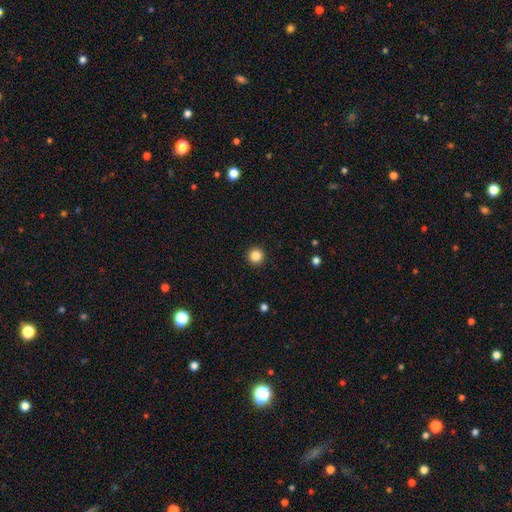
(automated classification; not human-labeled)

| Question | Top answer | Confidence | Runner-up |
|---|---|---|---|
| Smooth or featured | smooth | 85% | star or artifact (11%) |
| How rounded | round | 96% | in between (3%) |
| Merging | none | 93% | minor disturbance (4%) |